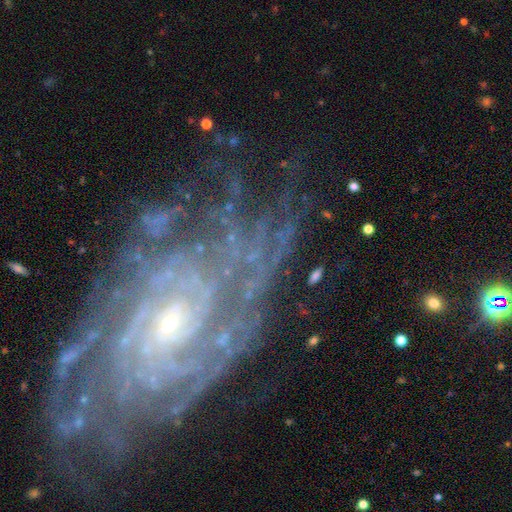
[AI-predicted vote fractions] Smooth or featured: featured or disk — 76% (star or artifact — 16%)
Edge-on disk: no — 95% (yes — 5%)
Bar: no — 54% (weak — 29%)
Spiral arms: yes — 94% (no — 6%)
Spiral winding: tight — 72% (medium — 21%)
Spiral arm count: can't tell — 30% (3 — 15%)
Bulge size: small — 71% (moderate — 19%)
Merging: none — 65% (minor disturbance — 16%)